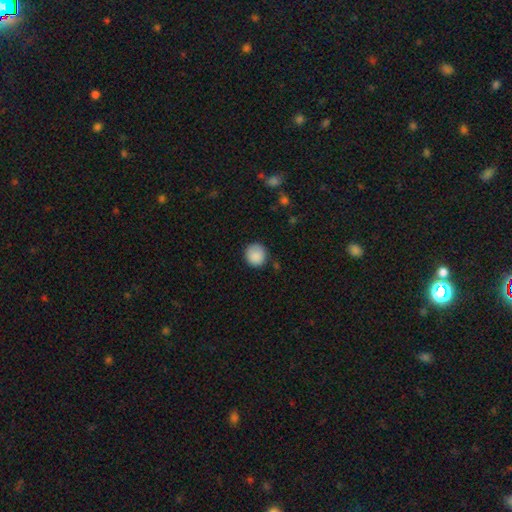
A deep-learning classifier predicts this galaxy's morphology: smooth_or_featured: smooth (p=0.88) [alt: star or artifact p=0.08]
how_rounded: round (p=0.91) [alt: in between p=0.08]
merging: none (p=0.84) [alt: minor disturbance p=0.12]